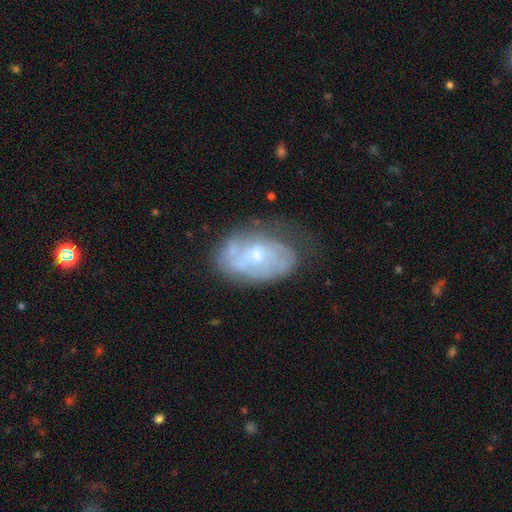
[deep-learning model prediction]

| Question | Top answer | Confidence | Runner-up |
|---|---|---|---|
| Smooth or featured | featured or disk | 69% | smooth (24%) |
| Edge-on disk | no | 96% | yes (4%) |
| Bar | no | 69% | weak (27%) |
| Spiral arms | yes | 72% | no (28%) |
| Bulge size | small | 58% | moderate (34%) |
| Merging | none | 53% | minor disturbance (28%) |